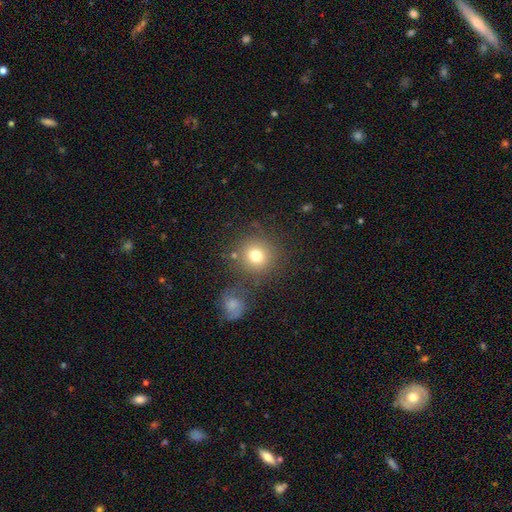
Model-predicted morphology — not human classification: smooth_or_featured: smooth (p=0.78) [alt: star or artifact p=0.12]
how_rounded: round (p=0.90) [alt: in between p=0.09]
merging: none (p=0.77) [alt: merger p=0.09]